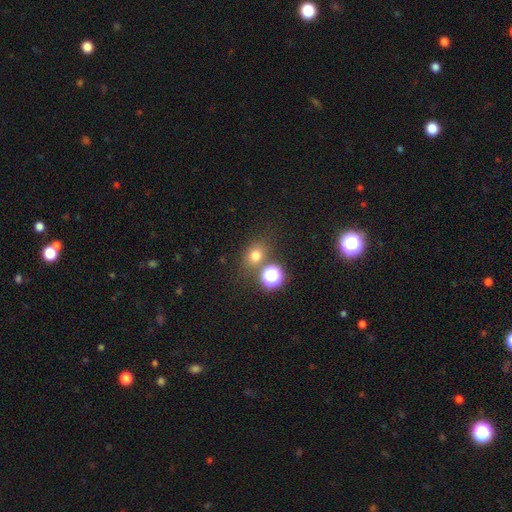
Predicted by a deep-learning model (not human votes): Smooth or featured? Predicted: smooth (p=0.71). How rounded? Predicted: round (p=0.62). Merging? Predicted: none (p=0.71).